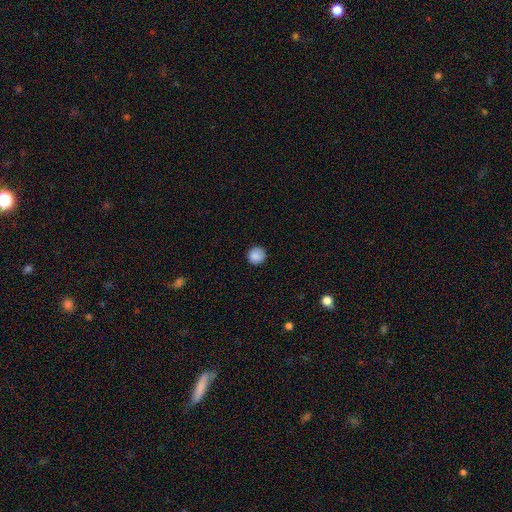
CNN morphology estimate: Q: Smooth or featured?
A: smooth (88%); runner-up: star or artifact (9%)
Q: How rounded?
A: round (94%); runner-up: in between (5%)
Q: Merging?
A: none (89%); runner-up: minor disturbance (8%)